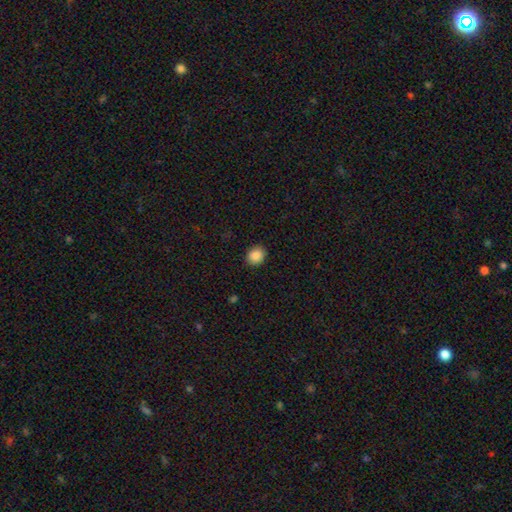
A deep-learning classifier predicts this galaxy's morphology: A smooth galaxy with no disk features (88%) that is round (69%).

Vote fractions:
- Smooth or featured? smooth: 88% / star or artifact: 9% / featured or disk: 3%
- How rounded? round: 69% / in between: 30% / cigar-shaped: 1%
- Merging? none: 89% / minor disturbance: 8% / major disturbance: 2% / merger: 1%